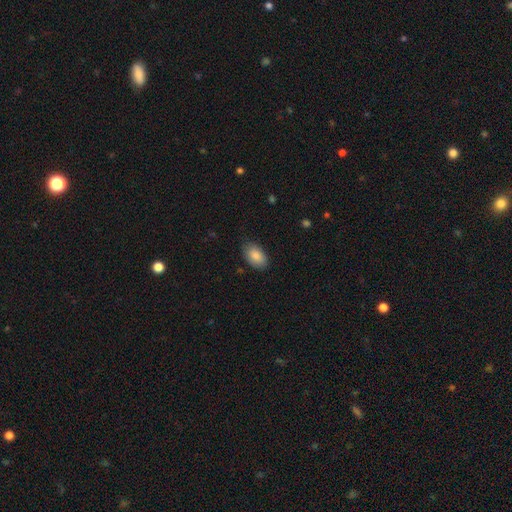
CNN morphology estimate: This is clearly a smooth galaxy (86%). How rounded: clearly in between (92%). Merging: likely none (80%).